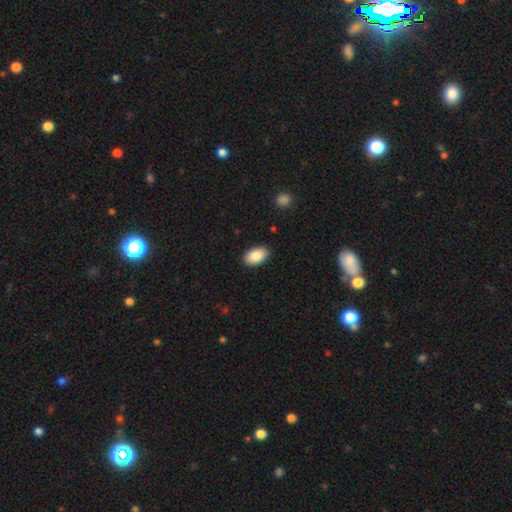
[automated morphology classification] Overall: smooth (88%). How rounded: in between (94%). Merging: none (89%).